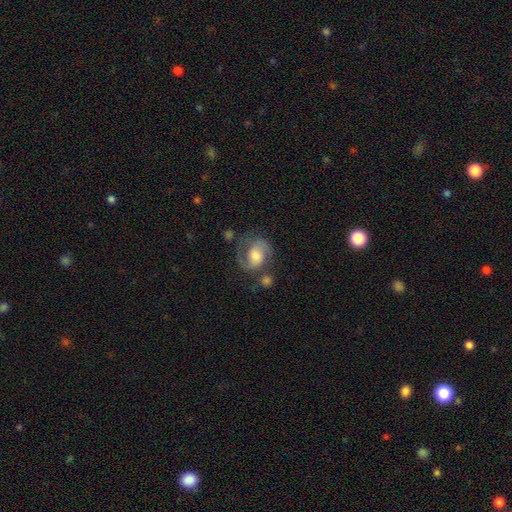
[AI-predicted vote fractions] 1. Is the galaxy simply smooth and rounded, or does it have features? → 74% featured or disk, 18% smooth, 8% star or artifact.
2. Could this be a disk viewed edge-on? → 98% no, 2% yes.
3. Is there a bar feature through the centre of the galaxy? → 50% no, 38% weak, 11% strong.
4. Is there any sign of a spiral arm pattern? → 93% yes, 7% no.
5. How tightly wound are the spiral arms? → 54% medium, 29% tight, 18% loose.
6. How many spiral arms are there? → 86% 2, 6% can't tell, 5% 1, 2% 3, 1% 4, 1% more than 4.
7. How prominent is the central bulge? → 55% moderate, 23% large, 16% small, 4% none, 2% dominant.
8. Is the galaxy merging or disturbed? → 61% none, 18% minor disturbance, 11% major disturbance, 9% merger.